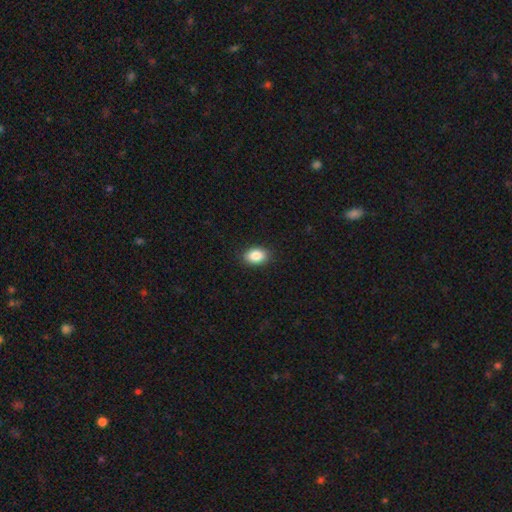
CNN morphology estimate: Q: Smooth or featured?
A: smooth (87%); runner-up: star or artifact (8%)
Q: How rounded?
A: in between (81%); runner-up: round (18%)
Q: Merging?
A: none (89%); runner-up: minor disturbance (8%)